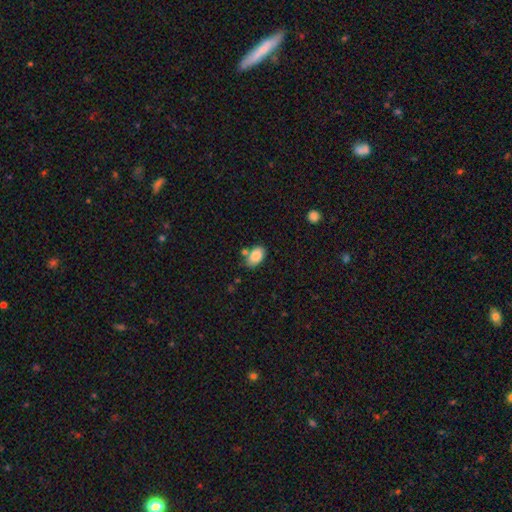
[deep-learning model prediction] Overall: smooth (86%). How rounded: in between (91%). Merging: none (64%).